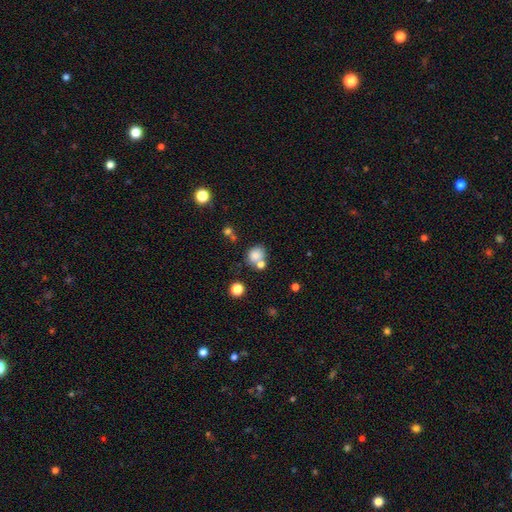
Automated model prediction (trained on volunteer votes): smooth 77%, star or artifact 12%, featured or disk 11%. Down the decision tree: how rounded — round (76%); merging — none (54%).